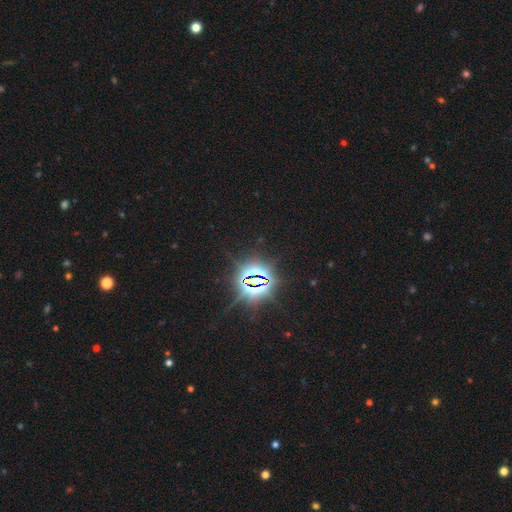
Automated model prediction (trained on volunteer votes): smooth_or_featured: star or artifact (p=0.85) [alt: smooth p=0.09]